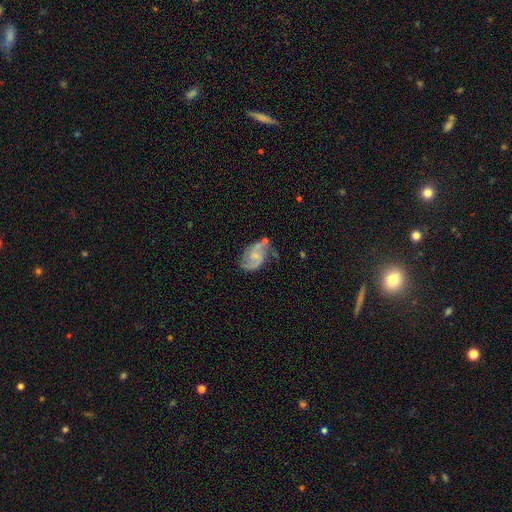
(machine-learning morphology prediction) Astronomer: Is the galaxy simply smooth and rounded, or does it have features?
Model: featured or disk — 79%.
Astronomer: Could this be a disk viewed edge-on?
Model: no — 98%.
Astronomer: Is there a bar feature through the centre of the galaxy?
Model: no — 53% (runner-up: weak, 39%).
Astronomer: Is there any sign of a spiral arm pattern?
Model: yes — 94%.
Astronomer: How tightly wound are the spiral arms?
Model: medium — 49% (runner-up: loose, 32%).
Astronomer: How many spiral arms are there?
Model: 2 — 86%.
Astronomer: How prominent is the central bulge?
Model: small — 63%.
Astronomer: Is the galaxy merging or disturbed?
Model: none — 53%.